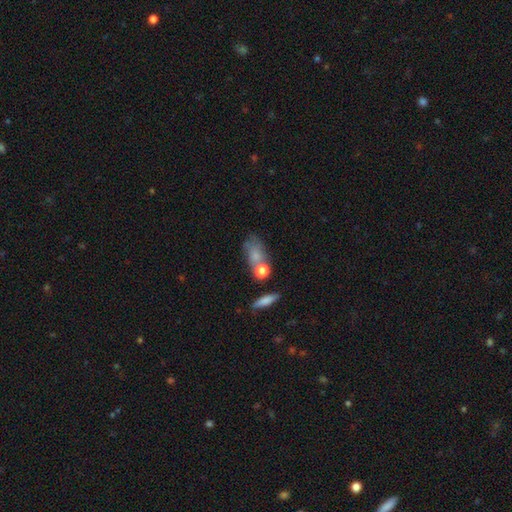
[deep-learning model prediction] Morphology: type=smooth (72%); roundness=in between (74%); merging=none (42%).